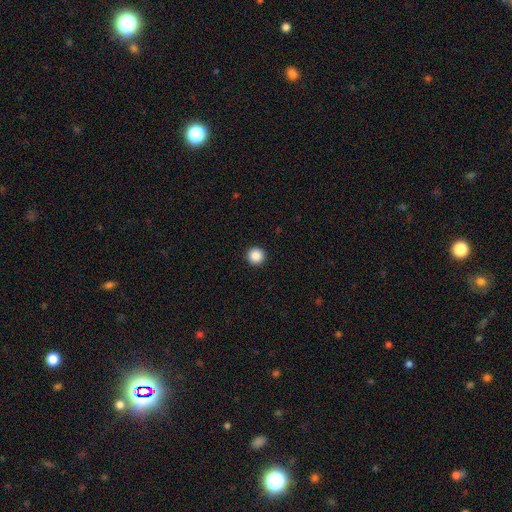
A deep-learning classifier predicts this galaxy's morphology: smooth-or-featured: smooth: 88% | star or artifact: 9% | featured or disk: 3%
  how-rounded: round: 96% | in between: 3% | cigar-shaped: 1%
  merging: none: 93% | minor disturbance: 4% | major disturbance: 2% | merger: 1%